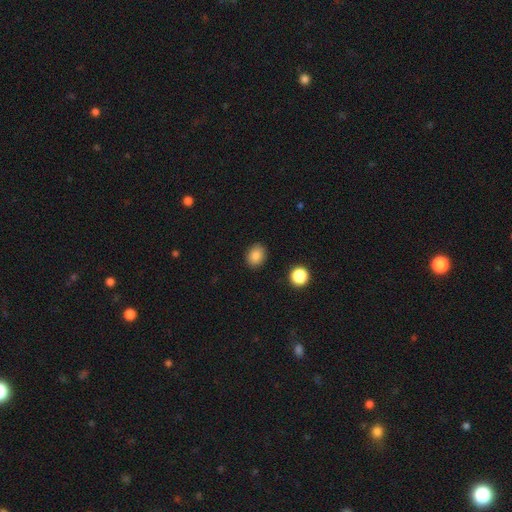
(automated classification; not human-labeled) A smooth galaxy with no disk features (86%) that is in between round and cigar-shaped (56%). Merging: none (88%).